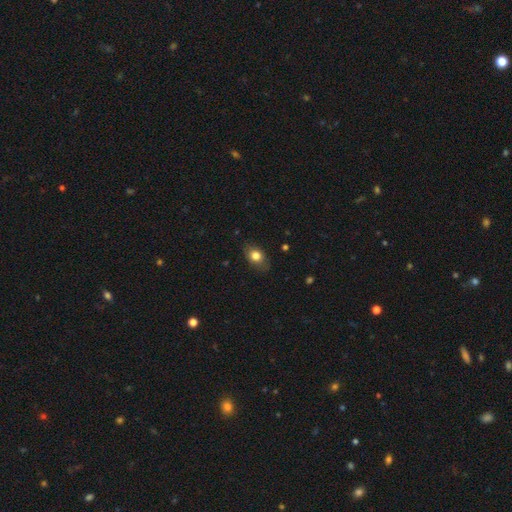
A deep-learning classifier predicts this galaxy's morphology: smooth-or-featured: smooth: 80% | featured or disk: 11% | star or artifact: 9%
  how-rounded: in between: 73% | round: 25% | cigar-shaped: 2%
  merging: none: 79% | minor disturbance: 16% | major disturbance: 4% | merger: 1%